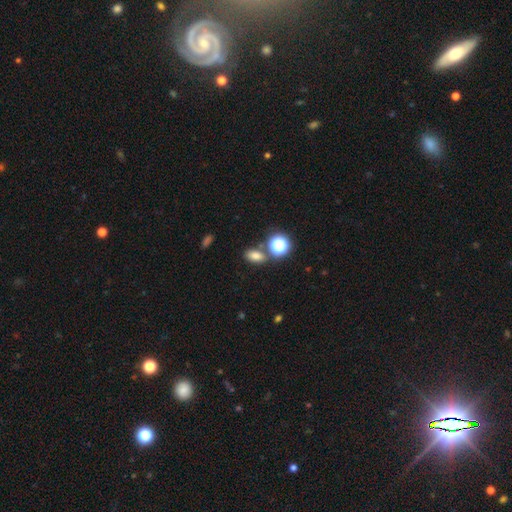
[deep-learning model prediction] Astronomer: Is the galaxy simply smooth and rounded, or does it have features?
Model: smooth — 73%.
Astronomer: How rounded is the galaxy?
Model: in between — 75%.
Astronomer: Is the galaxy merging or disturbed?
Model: none — 72%.